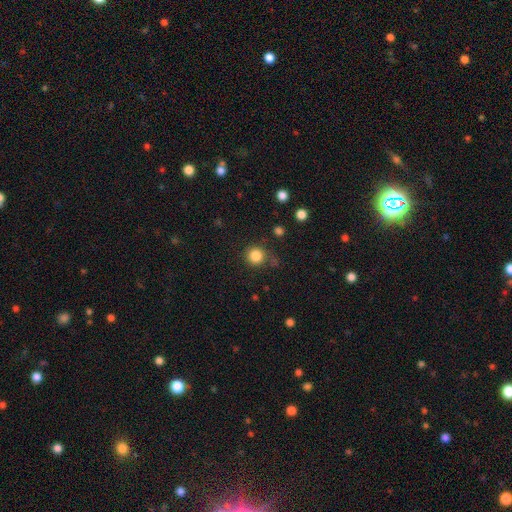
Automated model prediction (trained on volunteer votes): Morphology: type=smooth (84%); roundness=round (93%); merging=none (81%).